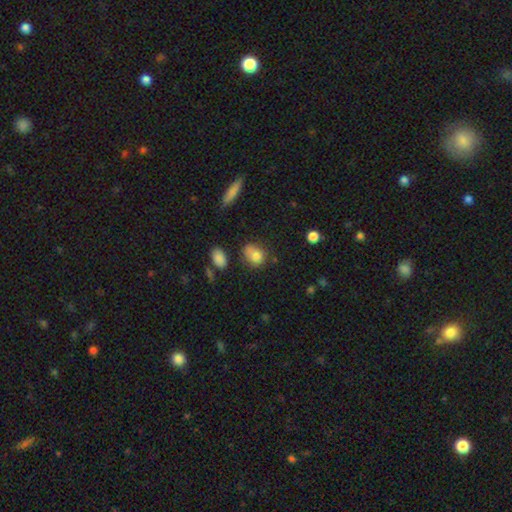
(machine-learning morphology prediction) Q: Smooth or featured?
A: smooth (78%); runner-up: featured or disk (11%)
Q: How rounded?
A: in between (50%); runner-up: round (48%)
Q: Merging?
A: none (52%); runner-up: minor disturbance (27%)